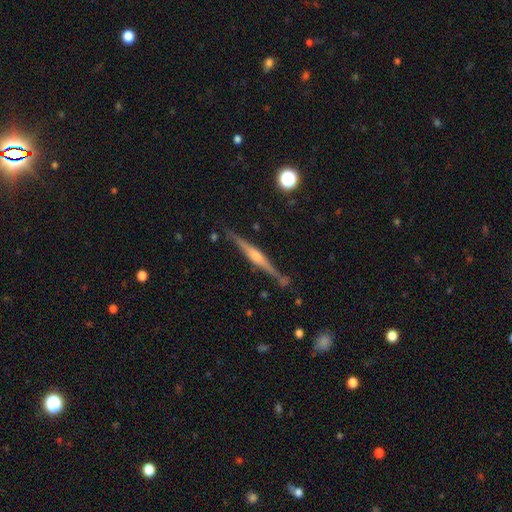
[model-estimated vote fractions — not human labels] This is clearly a featured or disk galaxy (82%). It is clearly viewed edge-on (98%). Edge-on bulge: likely rounded (77%). Merging: clearly none (86%).